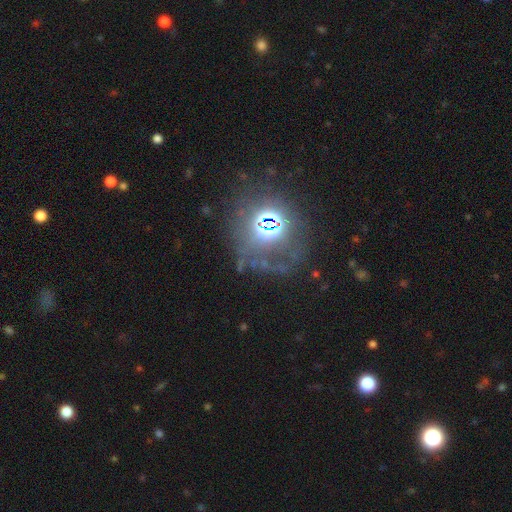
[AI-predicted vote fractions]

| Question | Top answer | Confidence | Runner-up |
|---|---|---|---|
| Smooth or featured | star or artifact | 50% | featured or disk (27%) |